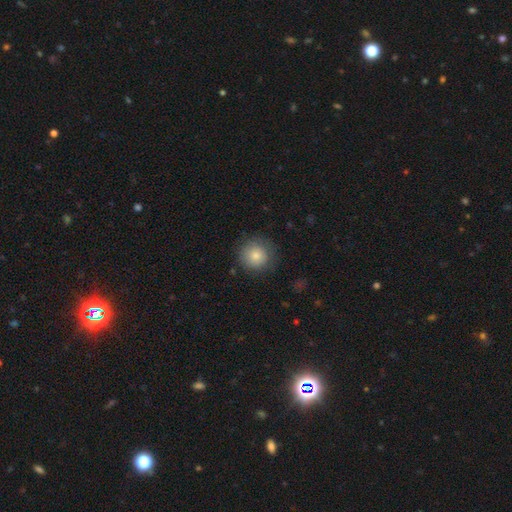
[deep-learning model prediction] Smooth or featured: smooth — 82% (star or artifact — 9%)
How rounded: round — 94% (in between — 5%)
Merging: none — 83% (minor disturbance — 12%)